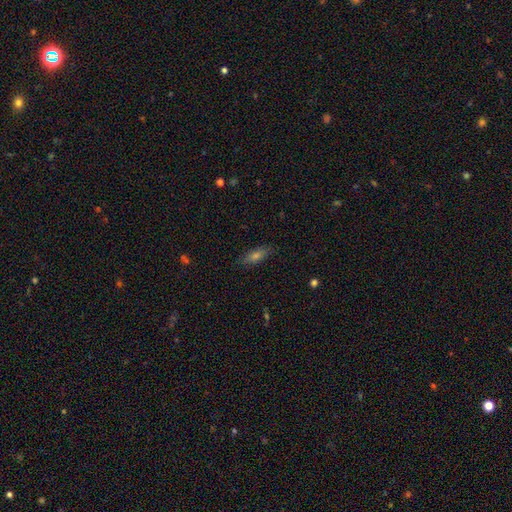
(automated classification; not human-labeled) A smooth galaxy with no disk features (57%) that is in between round and cigar-shaped (51%). Merging: none (86%).